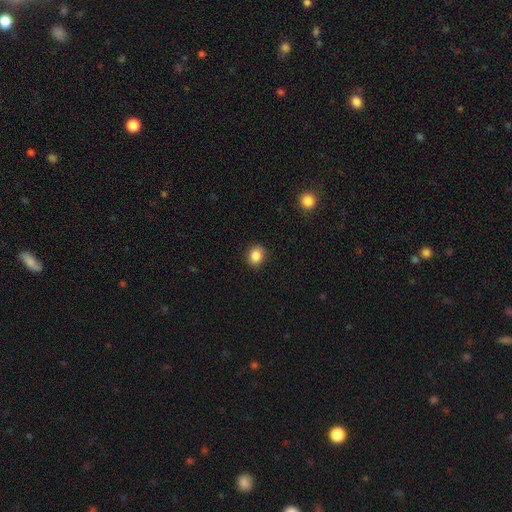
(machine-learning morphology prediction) smooth-or-featured: smooth: 87% | star or artifact: 10% | featured or disk: 4%
  how-rounded: round: 62% | in between: 37% | cigar-shaped: 1%
  merging: none: 89% | minor disturbance: 8% | major disturbance: 2% | merger: 1%